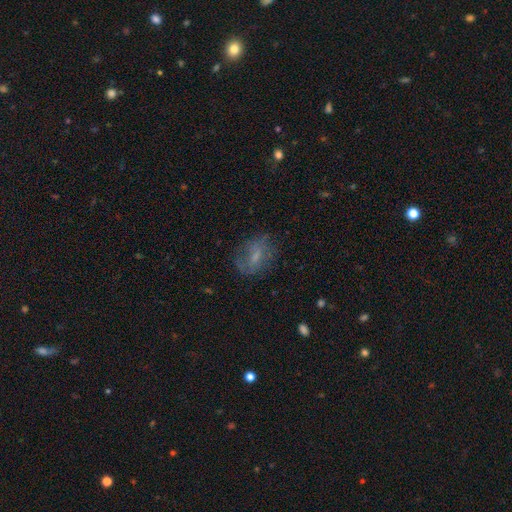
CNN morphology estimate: Q: Smooth or featured?
A: smooth (46%); runner-up: featured or disk (42%)
Q: Merging?
A: none (59%); runner-up: minor disturbance (23%)